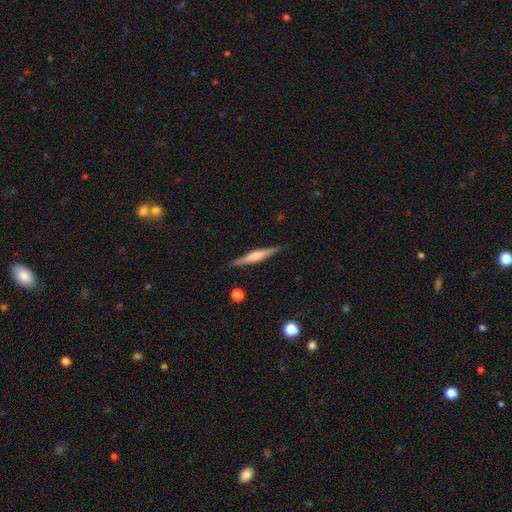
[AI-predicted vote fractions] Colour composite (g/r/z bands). It shows a featured or disk galaxy (62%) viewed edge-on (98%) with a rounded central bulge (69%). Merging: none (90%).